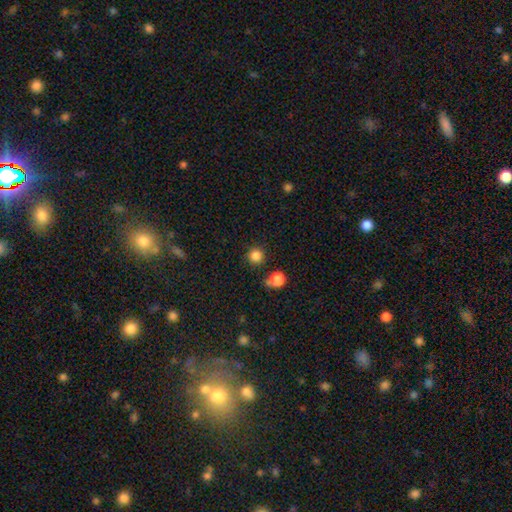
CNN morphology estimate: Smooth or featured?
  - smooth: 84% *
  - star or artifact: 13%
  - featured or disk: 3%
How rounded?
  - round: 95% *
  - in between: 4%
  - cigar-shaped: 1%
Merging?
  - none: 84% *
  - minor disturbance: 7%
  - merger: 5%
  - major disturbance: 3%